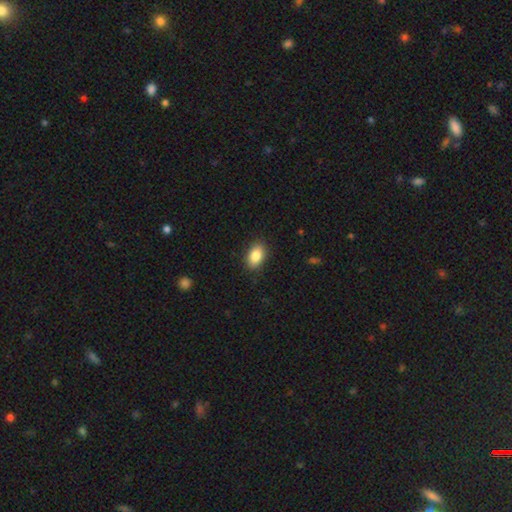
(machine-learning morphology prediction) Overall: smooth (86%). How rounded: in between (90%). Merging: none (88%).